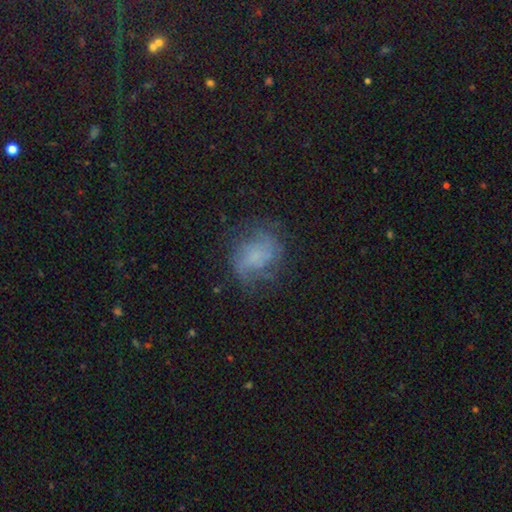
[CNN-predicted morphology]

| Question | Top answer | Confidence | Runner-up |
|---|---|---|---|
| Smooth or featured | featured or disk | 48% | smooth (36%) |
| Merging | none | 61% | minor disturbance (21%) |